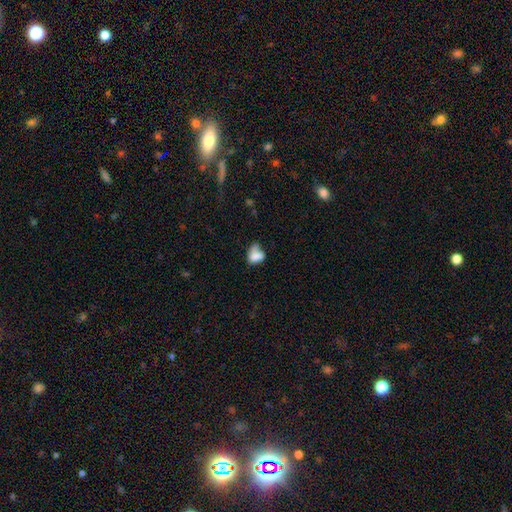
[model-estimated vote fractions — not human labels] Smooth or featured? smooth (73%)
How rounded? in between (75%)
Merging? minor disturbance (28%)